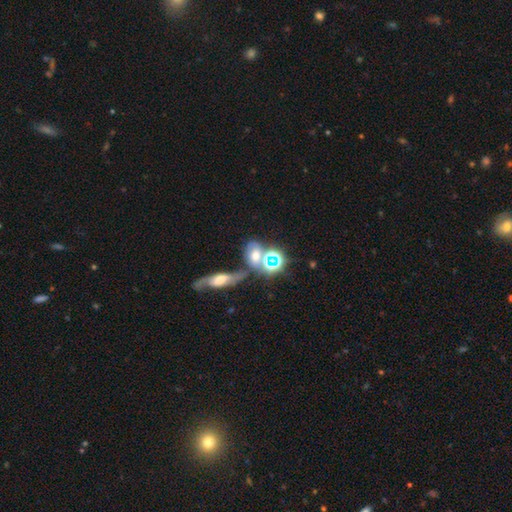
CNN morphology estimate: Smooth or featured?
  - smooth: 47% *
  - star or artifact: 29%
  - featured or disk: 24%
Merging?
  - none: 41% *
  - merger: 39%
  - minor disturbance: 12%
  - major disturbance: 8%